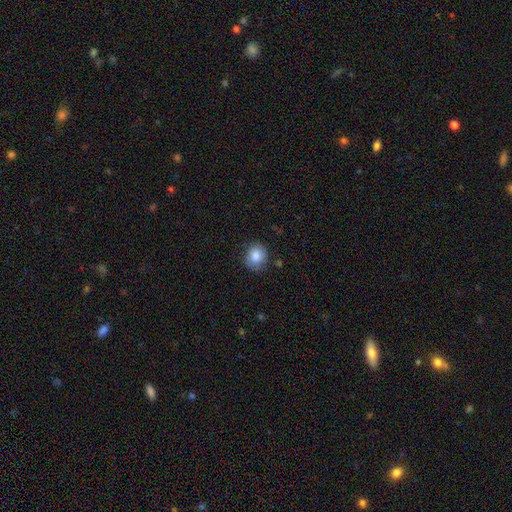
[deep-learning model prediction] Smooth or featured: smooth — 84% (star or artifact — 8%)
How rounded: round — 75% (in between — 24%)
Merging: none — 80% (minor disturbance — 15%)